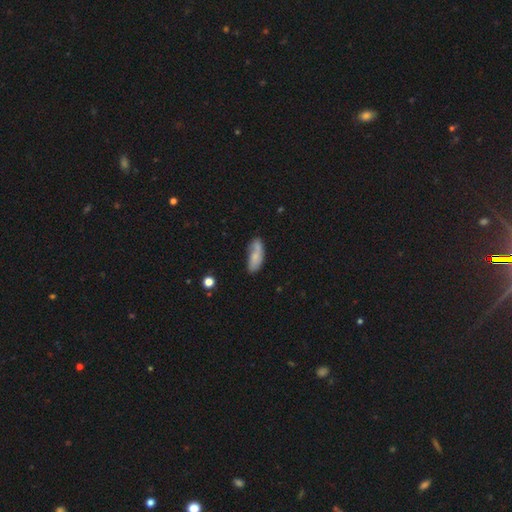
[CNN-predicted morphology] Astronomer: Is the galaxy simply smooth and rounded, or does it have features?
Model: smooth — 66%.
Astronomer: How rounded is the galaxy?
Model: in between — 70%.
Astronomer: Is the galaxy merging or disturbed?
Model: none — 58%.